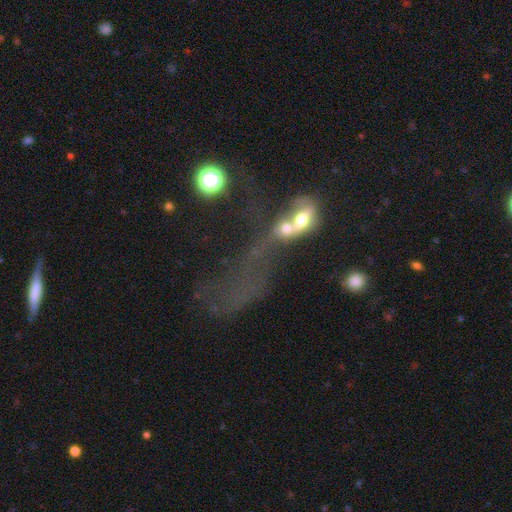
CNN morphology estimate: Smooth or featured: smooth — 35% (featured or disk — 34%)
Merging: major disturbance — 34% (merger — 33%)